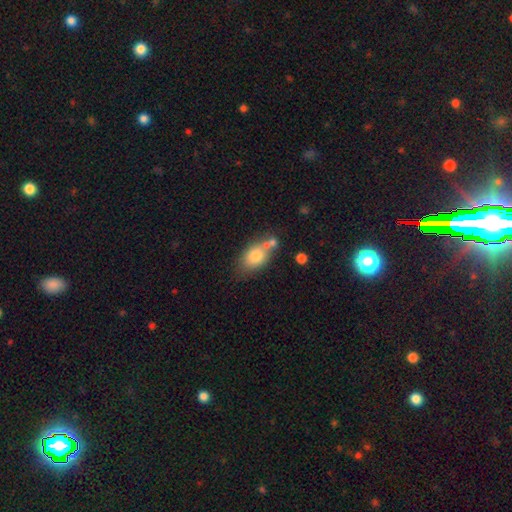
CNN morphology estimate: Q: Smooth or featured?
A: smooth (76%); runner-up: featured or disk (15%)
Q: How rounded?
A: in between (81%); runner-up: round (17%)
Q: Merging?
A: none (52%); runner-up: merger (24%)